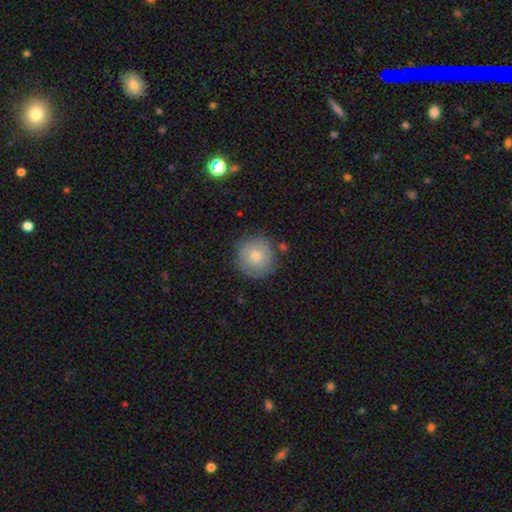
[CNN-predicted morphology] This appears to be a smooth galaxy with no disk features (60%) that is round (95%). Merging: none (82%).